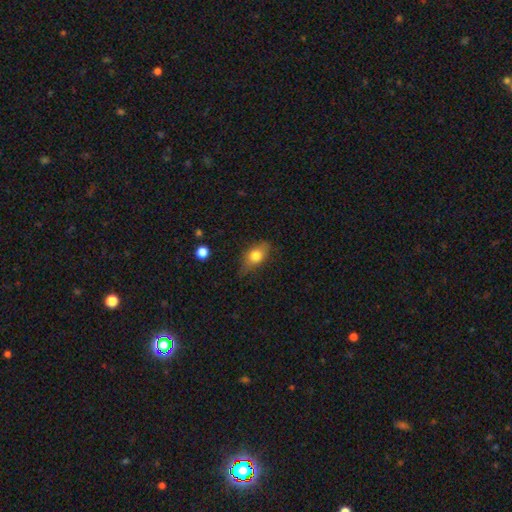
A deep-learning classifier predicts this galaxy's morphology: Smooth or featured? Predicted: smooth (p=0.74). How rounded? Predicted: in between (p=0.77). Merging? Predicted: none (p=0.64).